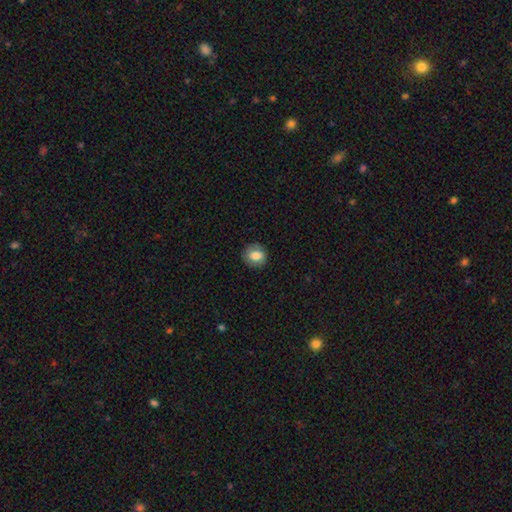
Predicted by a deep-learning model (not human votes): smooth_or_featured: smooth (p=0.74) [alt: featured or disk p=0.18]
how_rounded: round (p=0.71) [alt: in between p=0.28]
merging: none (p=0.84) [alt: minor disturbance p=0.12]